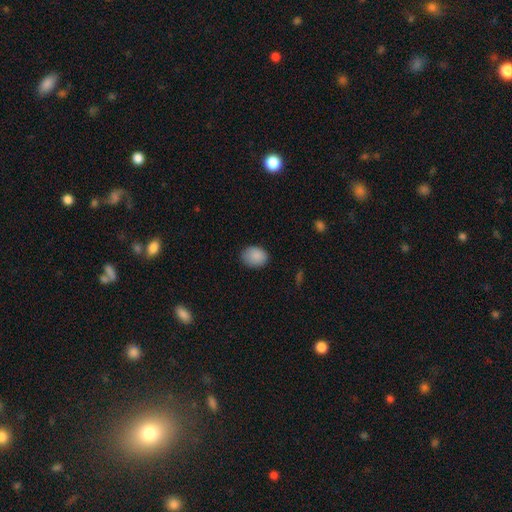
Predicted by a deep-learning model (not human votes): A smooth galaxy with no disk features (89%) that is in between round and cigar-shaped (62%).

Vote fractions:
- Smooth or featured? smooth: 89% / star or artifact: 8% / featured or disk: 4%
- How rounded? in between: 62% / round: 37% / cigar-shaped: 1%
- Merging? none: 80% / minor disturbance: 16% / major disturbance: 3% / merger: 1%